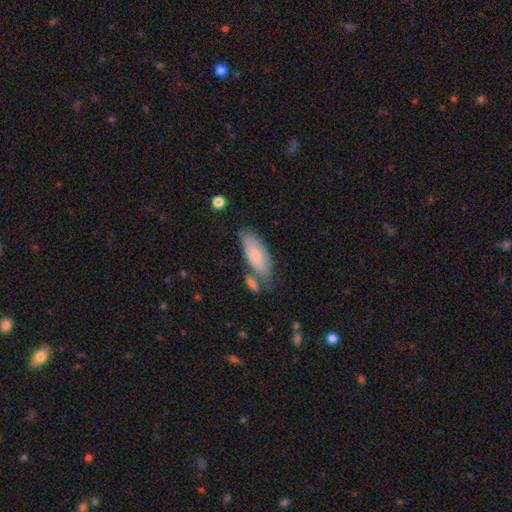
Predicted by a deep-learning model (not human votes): This is likely a smooth galaxy (74%). How rounded: likely in between (78%). Merging: possibly none (60%).